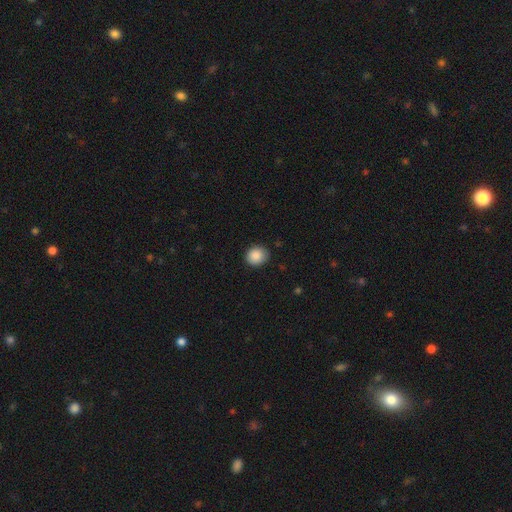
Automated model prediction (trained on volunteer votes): smooth-or-featured: smooth: 88% | star or artifact: 8% | featured or disk: 4%
  how-rounded: round: 75% | in between: 24% | cigar-shaped: 1%
  merging: none: 85% | minor disturbance: 11% | major disturbance: 2% | merger: 1%